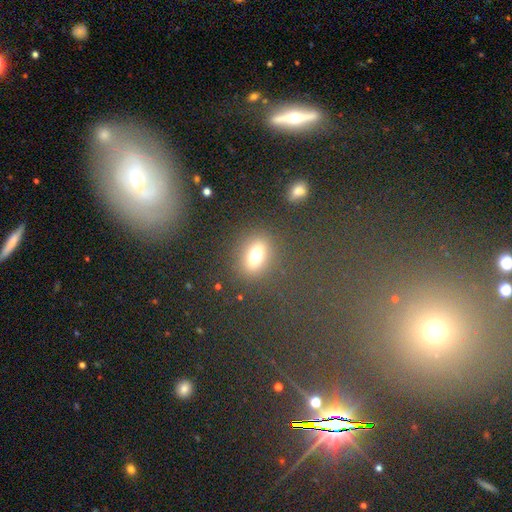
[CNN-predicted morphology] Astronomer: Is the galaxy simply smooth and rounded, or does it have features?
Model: smooth — 68%.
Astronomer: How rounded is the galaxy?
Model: in between — 68%.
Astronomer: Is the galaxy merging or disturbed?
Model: none — 82%.